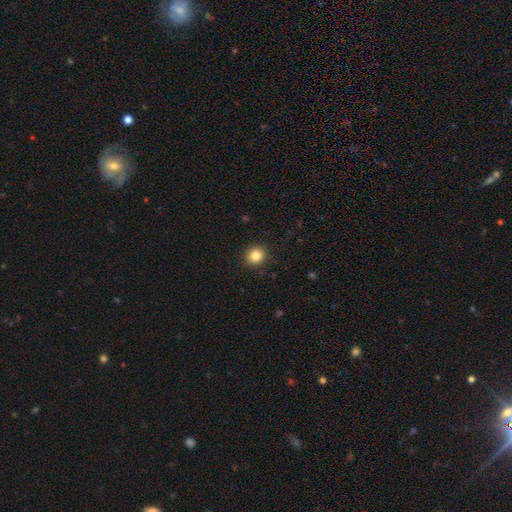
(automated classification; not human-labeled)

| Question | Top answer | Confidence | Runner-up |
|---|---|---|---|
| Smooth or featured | smooth | 84% | star or artifact (11%) |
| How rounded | round | 87% | in between (12%) |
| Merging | none | 91% | minor disturbance (6%) |